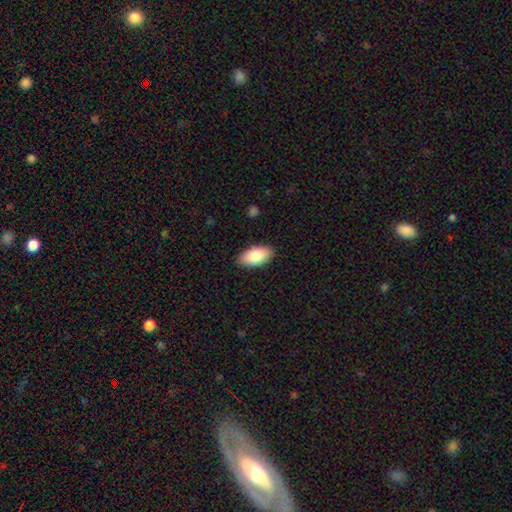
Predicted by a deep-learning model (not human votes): Smooth or featured?
  - smooth: 85% *
  - featured or disk: 9%
  - star or artifact: 6%
How rounded?
  - in between: 95% *
  - round: 3%
  - cigar-shaped: 2%
Merging?
  - none: 89% *
  - minor disturbance: 9%
  - major disturbance: 2%
  - merger: 1%